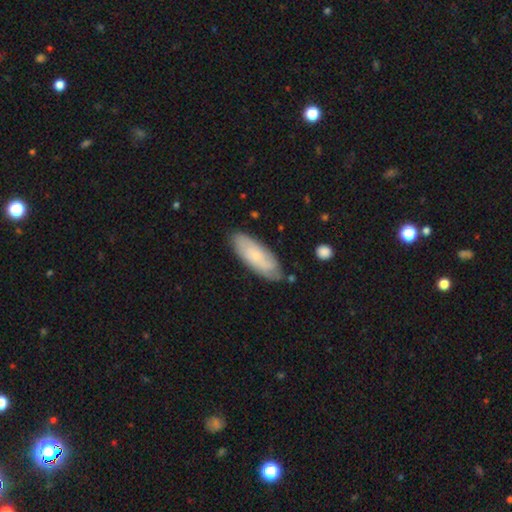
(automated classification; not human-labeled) A smooth galaxy with no disk features (61%) that is in between round and cigar-shaped (69%).

Vote fractions:
- Smooth or featured? smooth: 61% / featured or disk: 33% / star or artifact: 6%
- How rounded? in between: 69% / cigar-shaped: 29% / round: 2%
- Merging? none: 75% / minor disturbance: 19% / major disturbance: 3% / merger: 2%